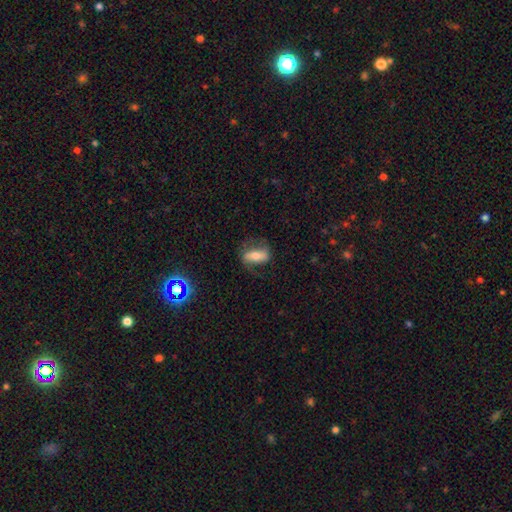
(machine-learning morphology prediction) Q: Smooth or featured?
A: featured or disk (47%); runner-up: smooth (44%)
Q: Merging?
A: none (68%); runner-up: minor disturbance (19%)